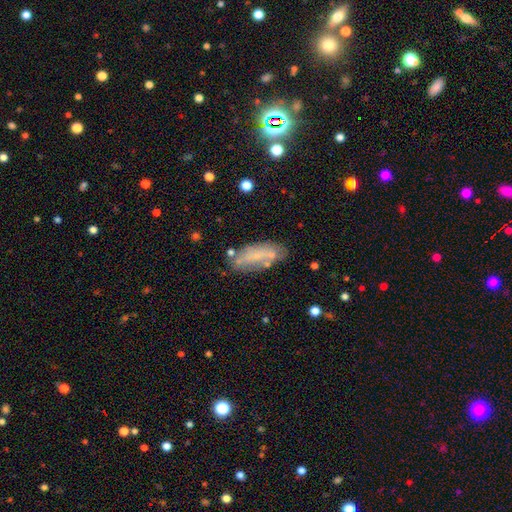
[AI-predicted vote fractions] Q: Smooth or featured?
A: smooth (57%); runner-up: featured or disk (33%)
Q: How rounded?
A: in between (72%); runner-up: cigar-shaped (26%)
Q: Merging?
A: none (62%); runner-up: minor disturbance (20%)